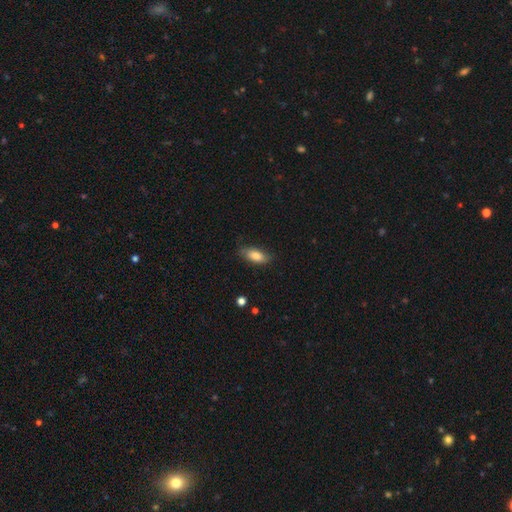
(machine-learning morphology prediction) Smooth or featured? smooth (82%)
How rounded? in between (83%)
Merging? none (76%)